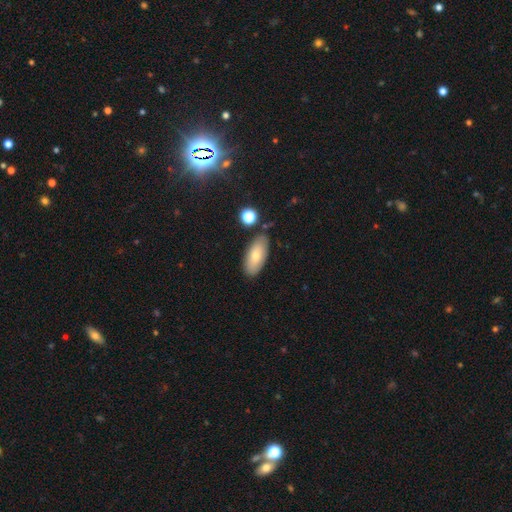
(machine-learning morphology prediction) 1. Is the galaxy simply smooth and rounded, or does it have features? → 73% smooth, 20% featured or disk, 7% star or artifact.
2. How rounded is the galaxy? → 87% in between, 10% cigar-shaped, 3% round.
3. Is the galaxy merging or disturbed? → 80% none, 13% minor disturbance, 4% merger, 3% major disturbance.